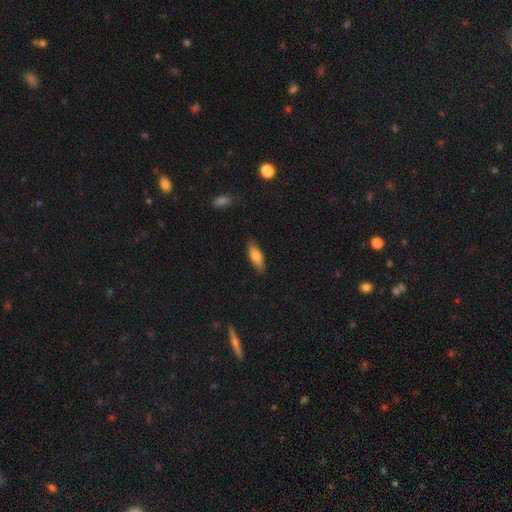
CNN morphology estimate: Overall: smooth (76%). How rounded: in between (64%; cigar-shaped 33%). Merging: none (83%).